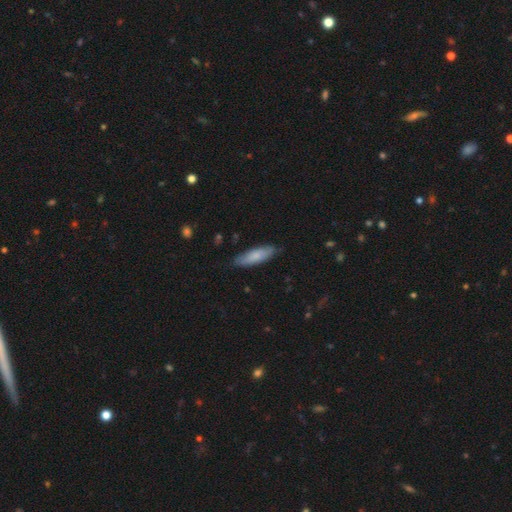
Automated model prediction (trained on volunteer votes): Smooth or featured: smooth — 79% (featured or disk — 16%)
How rounded: cigar-shaped — 54% (in between — 44%)
Merging: none — 82% (minor disturbance — 15%)